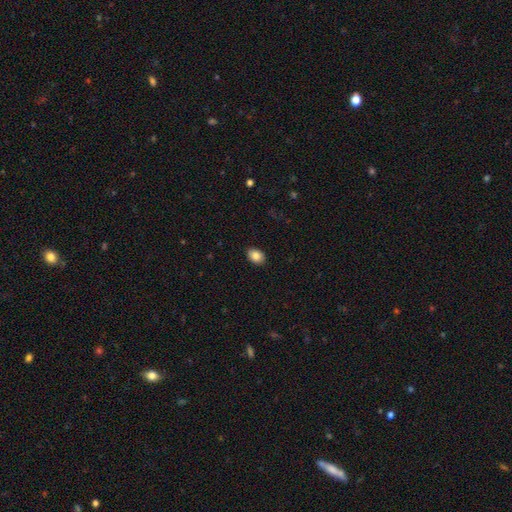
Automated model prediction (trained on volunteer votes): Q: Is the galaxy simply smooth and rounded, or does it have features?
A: smooth — 85%.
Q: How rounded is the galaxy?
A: in between — 76%.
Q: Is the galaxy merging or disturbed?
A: none — 90%.